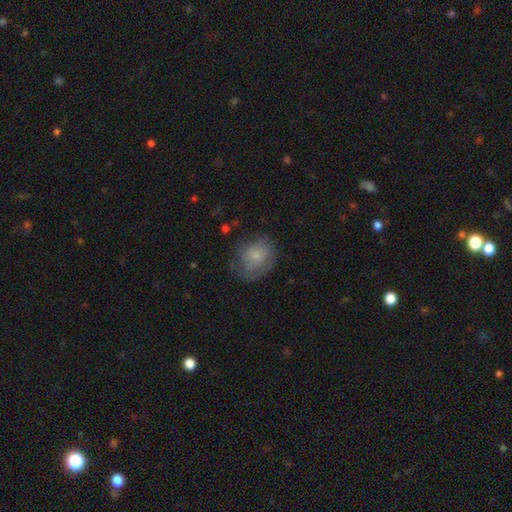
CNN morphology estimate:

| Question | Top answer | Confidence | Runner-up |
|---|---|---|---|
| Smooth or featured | smooth | 67% | featured or disk (23%) |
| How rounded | round | 59% | in between (39%) |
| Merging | none | 52% | minor disturbance (28%) |